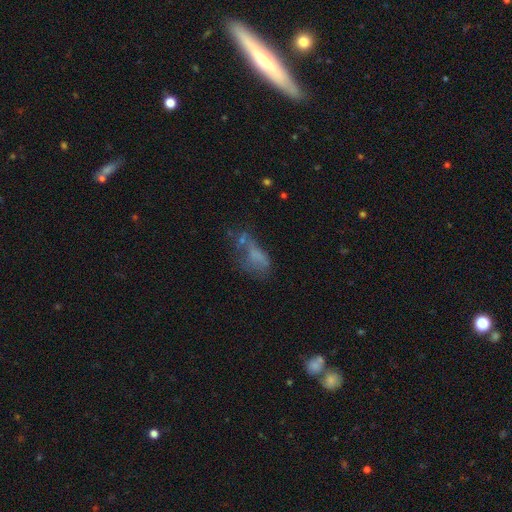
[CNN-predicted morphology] smooth_or_featured: smooth (p=0.50) [alt: featured or disk p=0.32]
merging: major disturbance (p=0.33) [alt: none p=0.28]